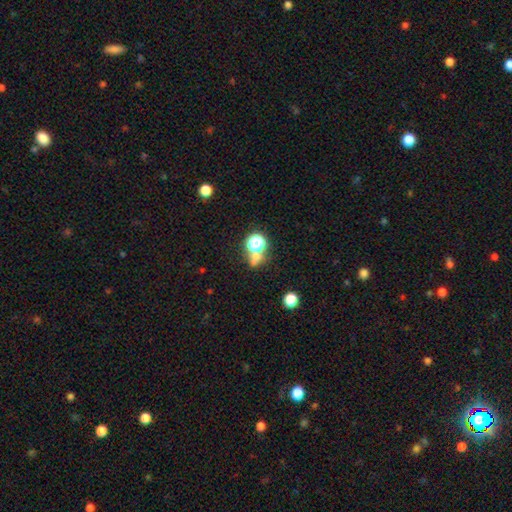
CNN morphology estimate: Smooth or featured: smooth — 50% (star or artifact — 39%)
How rounded: round — 78% (in between — 20%)
Merging: none — 52% (merger — 33%)